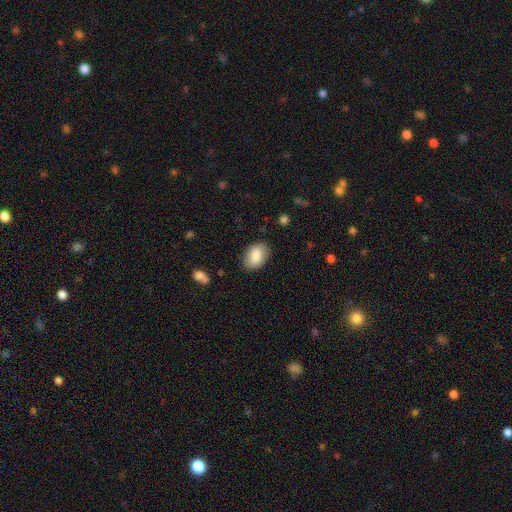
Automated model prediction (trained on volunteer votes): smooth_or_featured: smooth (p=0.84) [alt: featured or disk p=0.10]
how_rounded: in between (p=0.87) [alt: round p=0.12]
merging: none (p=0.84) [alt: minor disturbance p=0.12]